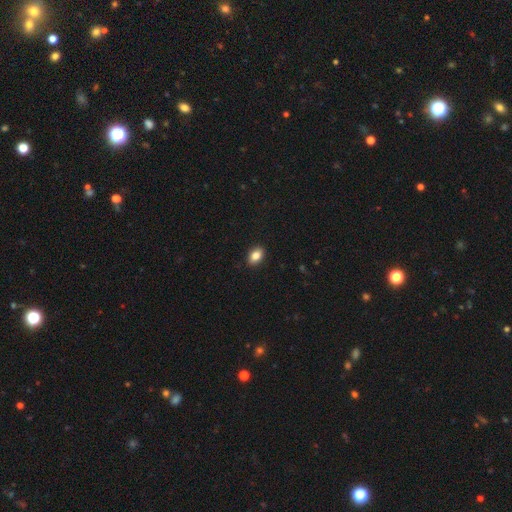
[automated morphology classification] This is clearly a smooth galaxy (85%). How rounded: clearly in between (84%). Merging: clearly none (89%).